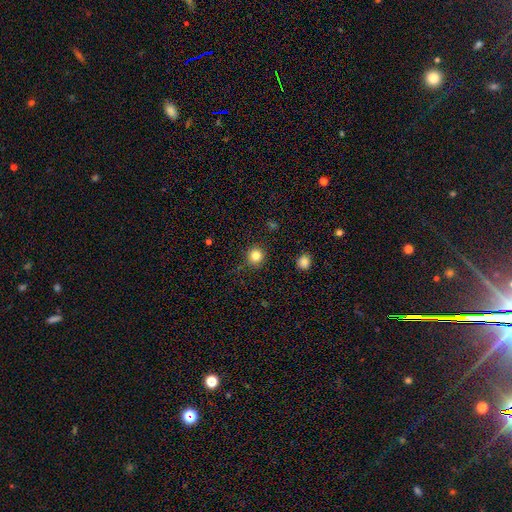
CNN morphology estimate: This is clearly a smooth galaxy (83%). How rounded: clearly round (92%). Merging: clearly none (90%).